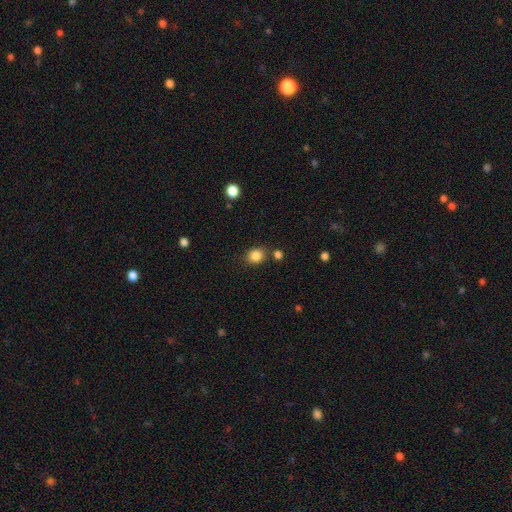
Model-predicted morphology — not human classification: A smooth galaxy with no disk features (85%) that is round (66%). Merging: none (80%).